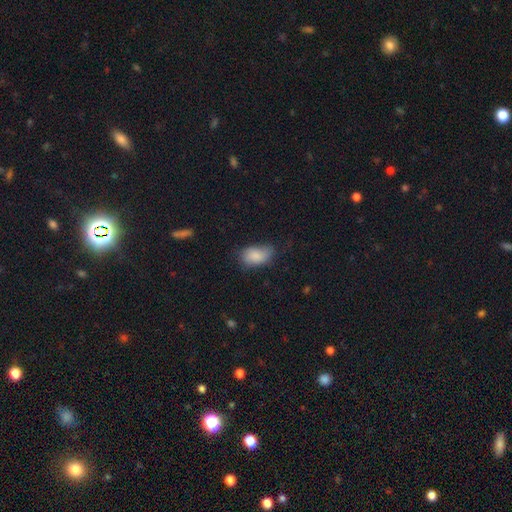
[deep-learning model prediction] Smooth or featured? Predicted: smooth (p=0.85). How rounded? Predicted: in between (p=0.91). Merging? Predicted: none (p=0.58).